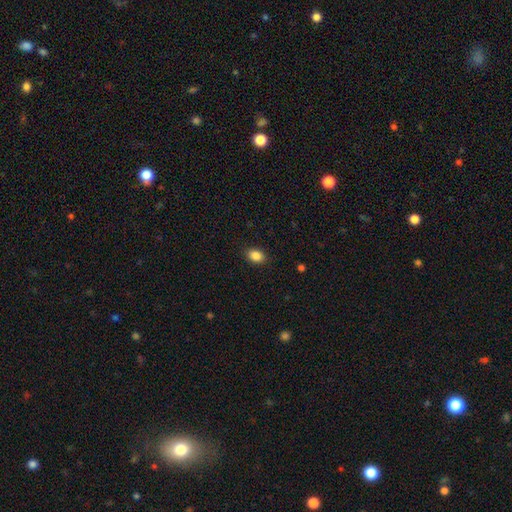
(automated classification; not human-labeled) Smooth or featured: smooth — 87% (star or artifact — 9%)
How rounded: in between — 75% (round — 24%)
Merging: none — 89% (minor disturbance — 8%)